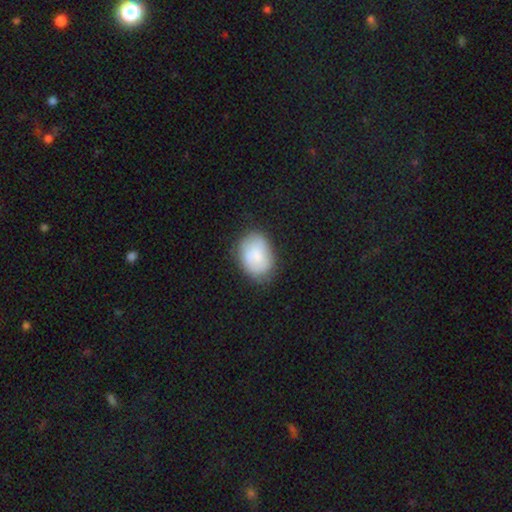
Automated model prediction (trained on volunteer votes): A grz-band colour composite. It shows a smooth galaxy with no disk features (72%) that is in between round and cigar-shaped (71%). Merging: none (67%).